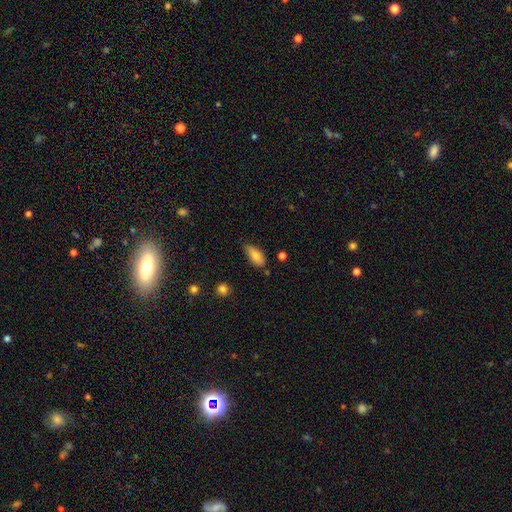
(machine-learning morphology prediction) Smooth or featured? Predicted: smooth (p=0.79). How rounded? Predicted: in between (p=0.88). Merging? Predicted: none (p=0.54).